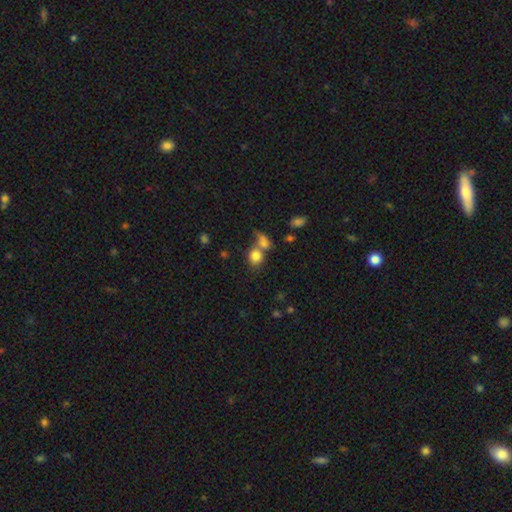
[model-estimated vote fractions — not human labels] This is clearly a smooth galaxy (81%). How rounded: likely round (69%). Merging: marginally merger (43%).